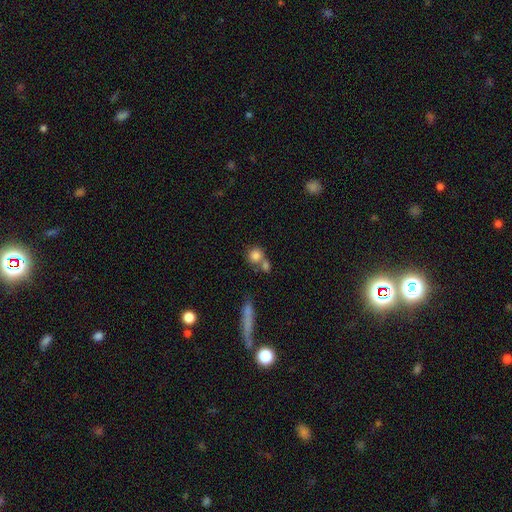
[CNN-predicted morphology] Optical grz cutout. It shows a smooth galaxy with no disk features (81%) that is round (84%). Merging: none (48%).